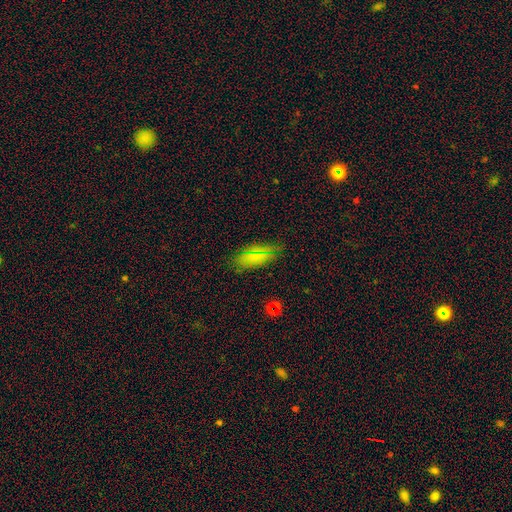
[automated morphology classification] This is likely a smooth galaxy (69%). How rounded: clearly in between (84%). Merging: clearly none (82%).